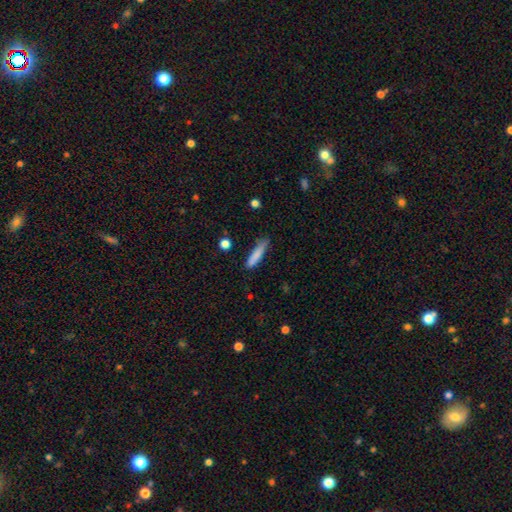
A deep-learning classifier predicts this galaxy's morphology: Smooth or featured: smooth — 82% (featured or disk — 11%)
How rounded: cigar-shaped — 85% (in between — 13%)
Merging: none — 71% (minor disturbance — 23%)